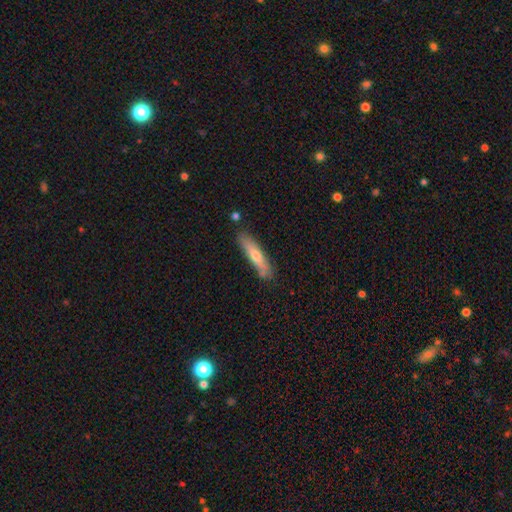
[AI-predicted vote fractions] smooth 53%, featured or disk 41%, star or artifact 7%. Down the decision tree: how rounded — cigar-shaped (85%); merging — none (82%).